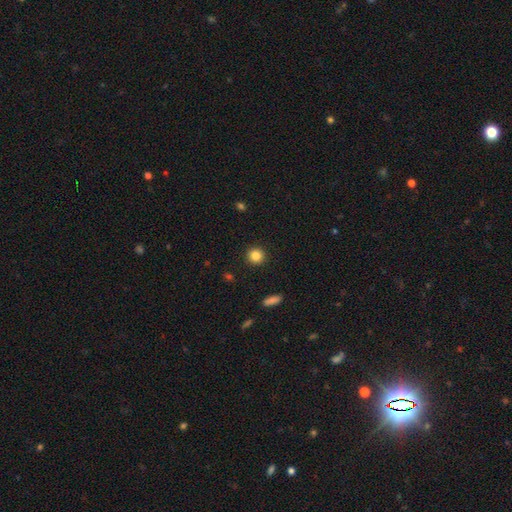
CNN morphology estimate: This is clearly a smooth galaxy (84%). How rounded: clearly round (93%). Merging: clearly none (92%).